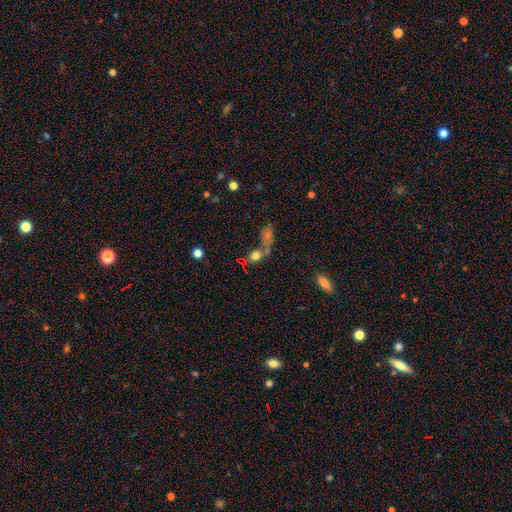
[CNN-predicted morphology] Overall: smooth (67%). How rounded: round (75%). Merging: merger (45%; none 39%).